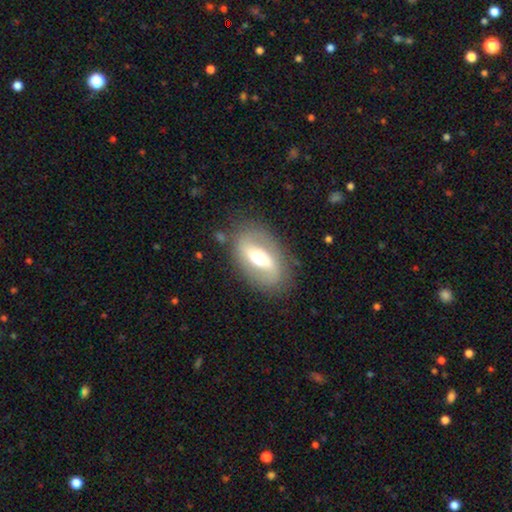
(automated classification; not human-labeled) Smooth or featured?
  - featured or disk: 70% *
  - smooth: 23%
  - star or artifact: 6%
Edge-on disk?
  - no: 91% *
  - yes: 9%
Bar?
  - strong: 45% *
  - weak: 36%
  - no: 20%
Spiral arms?
  - yes: 73% *
  - no: 27%
Bulge size?
  - moderate: 69% *
  - small: 17%
  - large: 12%
  - dominant: 2%
  - none: 1%
Merging?
  - none: 81% *
  - minor disturbance: 13%
  - major disturbance: 5%
  - merger: 2%